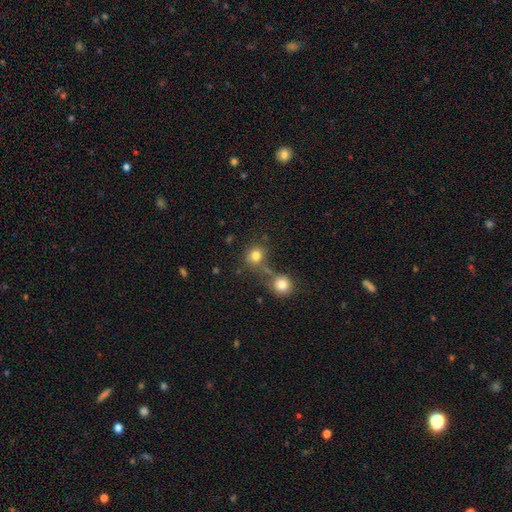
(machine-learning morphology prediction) type=smooth (79%); roundness=round (82%); merging=none (56%).